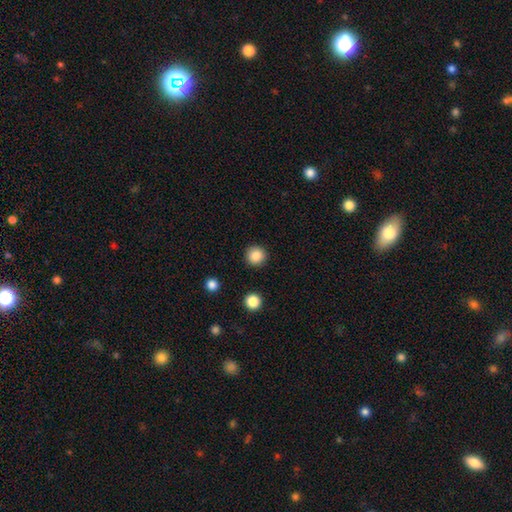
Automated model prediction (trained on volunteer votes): Q: Smooth or featured?
A: smooth (86%); runner-up: star or artifact (10%)
Q: How rounded?
A: round (95%); runner-up: in between (4%)
Q: Merging?
A: none (91%); runner-up: minor disturbance (5%)